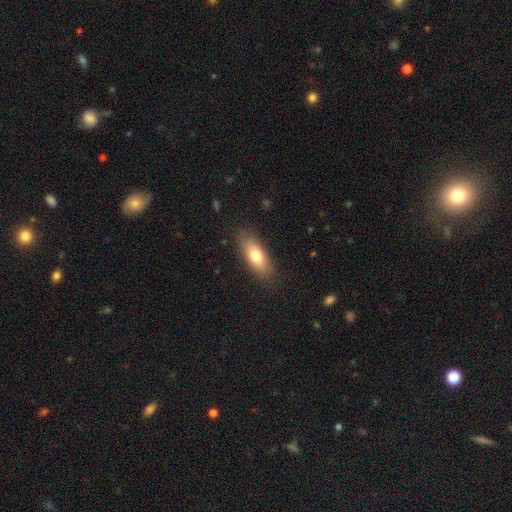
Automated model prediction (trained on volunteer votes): Overall: smooth (75%). How rounded: in between (75%). Merging: none (84%).